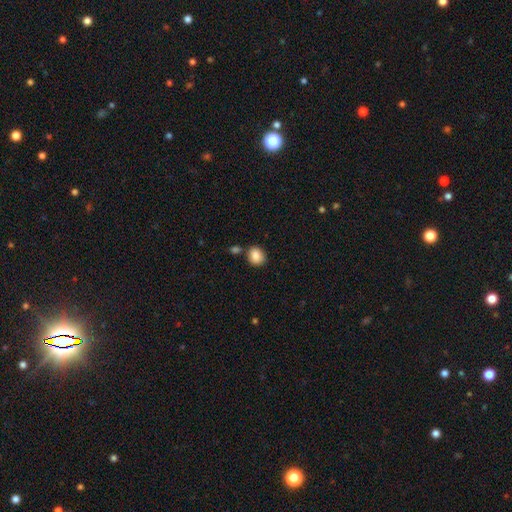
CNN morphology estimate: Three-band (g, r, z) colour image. It shows a smooth galaxy with no disk features (86%) that is round (63%). Merging: none (72%).